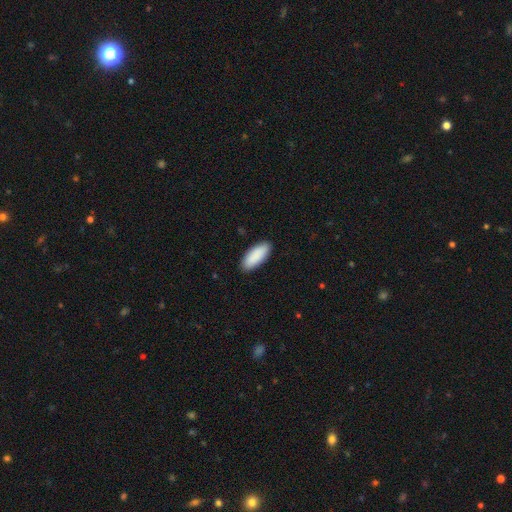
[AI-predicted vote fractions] Overall: smooth (91%). How rounded: in between (82%). Merging: none (89%).